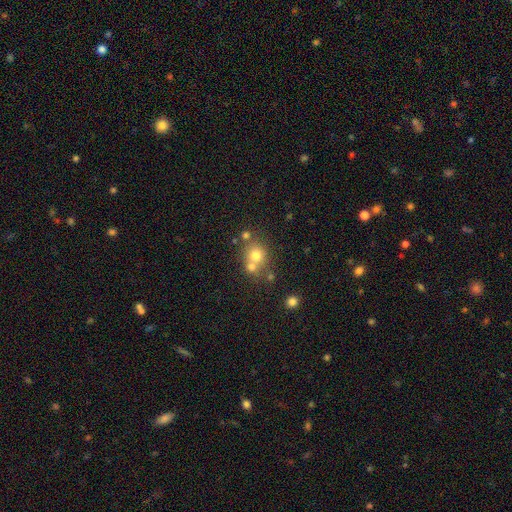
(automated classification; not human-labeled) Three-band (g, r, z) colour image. It shows a smooth galaxy with no disk features (70%) that is round (83%). Merging: none (51%).